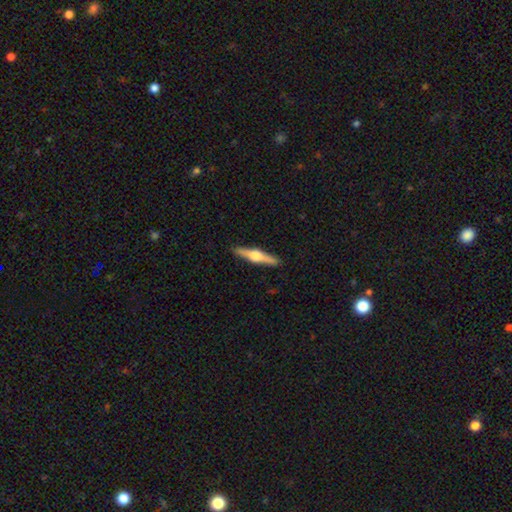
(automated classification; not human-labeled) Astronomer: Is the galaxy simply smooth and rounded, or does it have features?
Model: featured or disk — 70%.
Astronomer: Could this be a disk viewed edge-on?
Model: yes — 98%.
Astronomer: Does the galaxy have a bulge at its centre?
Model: rounded — 94%.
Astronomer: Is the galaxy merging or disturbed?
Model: none — 91%.